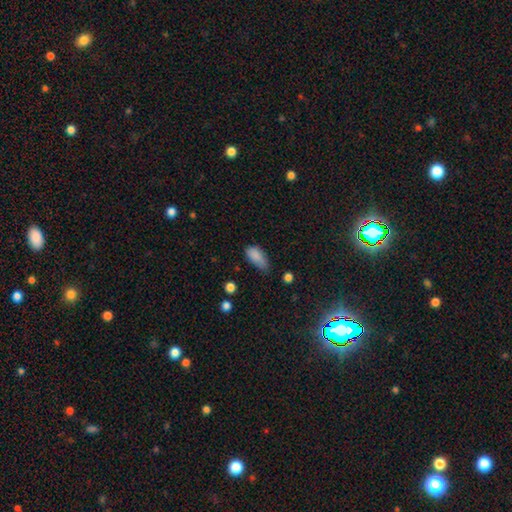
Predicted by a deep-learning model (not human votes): smooth_or_featured: smooth (p=0.85) [alt: star or artifact p=0.09]
how_rounded: in between (p=0.89) [alt: cigar-shaped p=0.07]
merging: minor disturbance (p=0.47) [alt: none p=0.38]